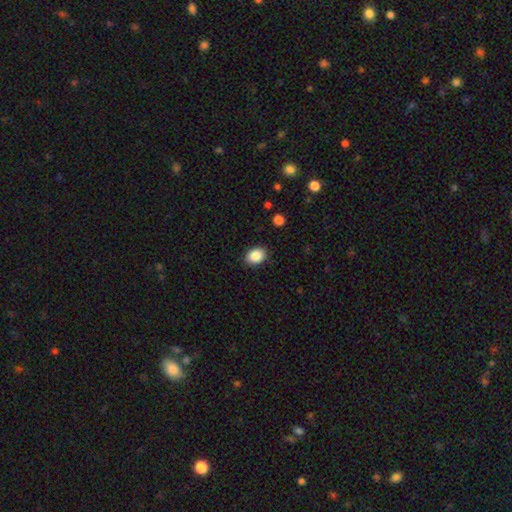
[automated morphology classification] smooth-or-featured: smooth: 87% | star or artifact: 9% | featured or disk: 4%
  how-rounded: in between: 59% | round: 40% | cigar-shaped: 1%
  merging: none: 88% | minor disturbance: 9% | major disturbance: 2% | merger: 1%